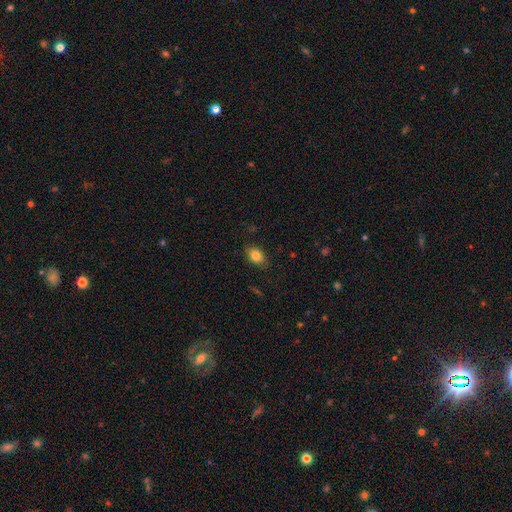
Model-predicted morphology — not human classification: smooth_or_featured: smooth (p=0.83) [alt: star or artifact p=0.09]
how_rounded: in between (p=0.80) [alt: round p=0.18]
merging: none (p=0.84) [alt: minor disturbance p=0.12]